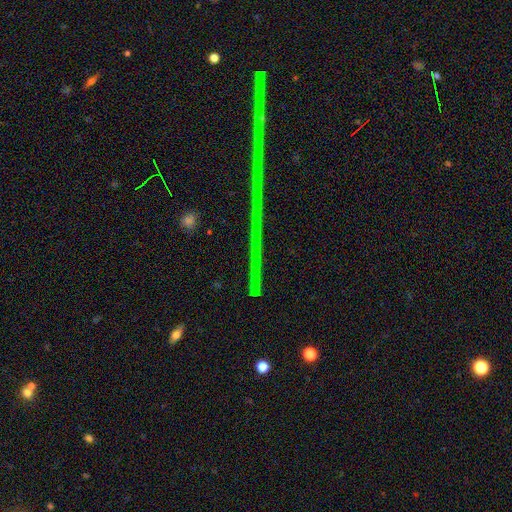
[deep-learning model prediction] Smooth or featured: star or artifact — 79% (featured or disk — 14%)